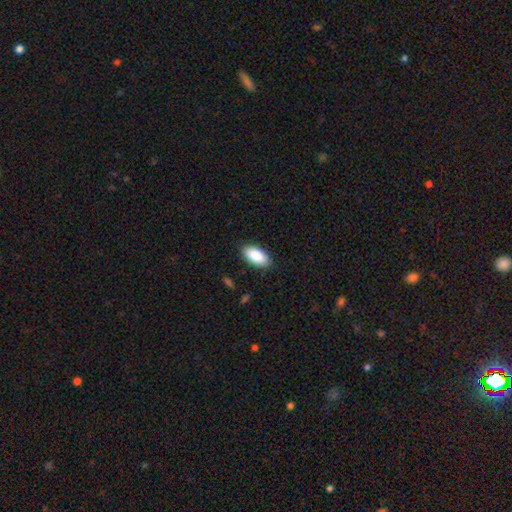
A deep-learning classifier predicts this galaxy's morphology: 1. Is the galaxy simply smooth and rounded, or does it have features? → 89% smooth, 6% star or artifact, 5% featured or disk.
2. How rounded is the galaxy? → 94% in between, 4% cigar-shaped, 2% round.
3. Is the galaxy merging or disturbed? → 86% none, 11% minor disturbance, 2% major disturbance, 1% merger.